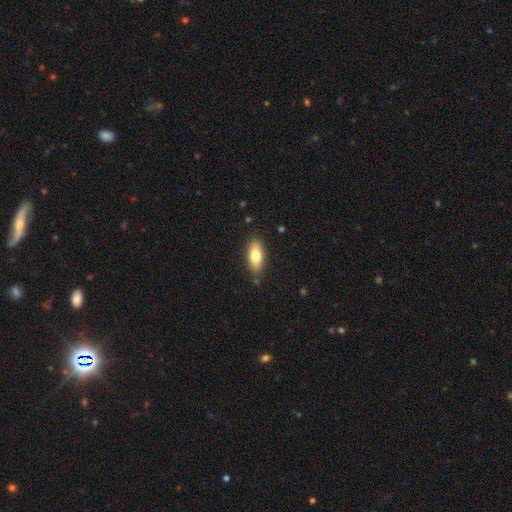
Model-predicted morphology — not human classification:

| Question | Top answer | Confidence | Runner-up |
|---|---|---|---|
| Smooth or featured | smooth | 75% | featured or disk (18%) |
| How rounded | in between | 82% | cigar-shaped (15%) |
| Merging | none | 83% | minor disturbance (13%) |